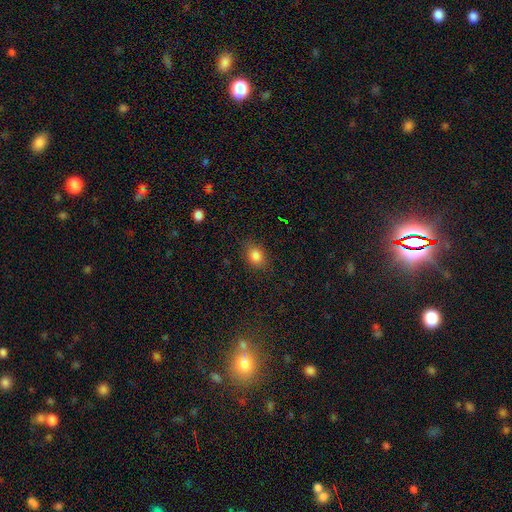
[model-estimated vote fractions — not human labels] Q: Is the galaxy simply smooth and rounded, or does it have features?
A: smooth — 83%.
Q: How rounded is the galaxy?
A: in between — 56%.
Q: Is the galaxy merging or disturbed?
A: none — 82%.